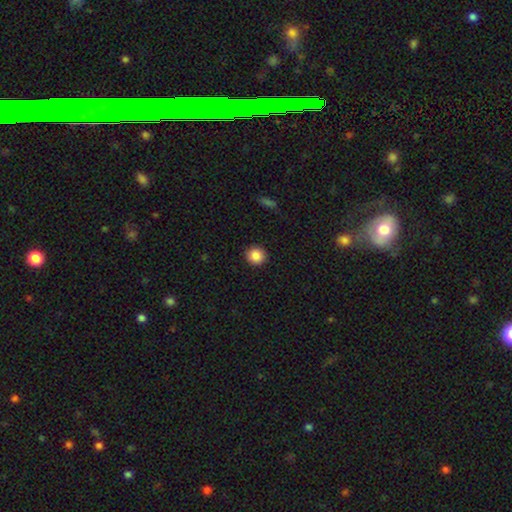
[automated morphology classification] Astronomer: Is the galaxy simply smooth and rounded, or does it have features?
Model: smooth — 87%.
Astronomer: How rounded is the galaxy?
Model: round — 89%.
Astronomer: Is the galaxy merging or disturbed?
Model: none — 92%.